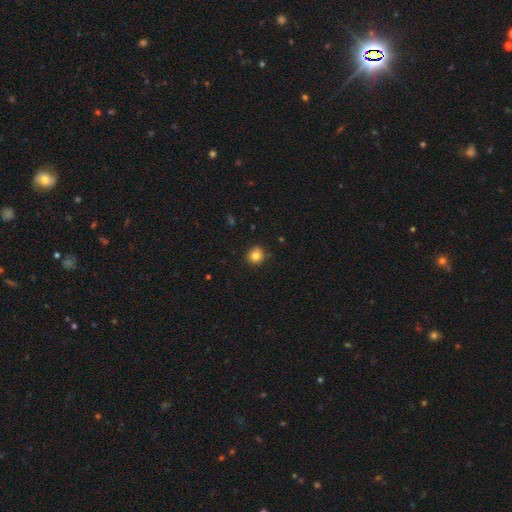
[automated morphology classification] This is clearly a smooth galaxy (83%). How rounded: clearly round (89%). Merging: clearly none (86%).